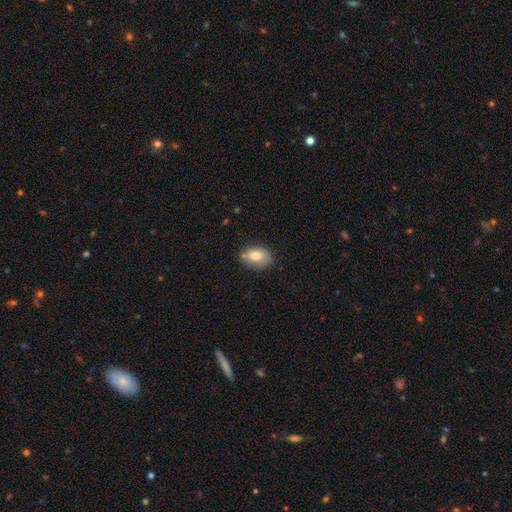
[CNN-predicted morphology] smooth_or_featured: smooth (p=0.76) [alt: featured or disk p=0.17]
how_rounded: in between (p=0.82) [alt: round p=0.16]
merging: none (p=0.63) [alt: minor disturbance p=0.25]